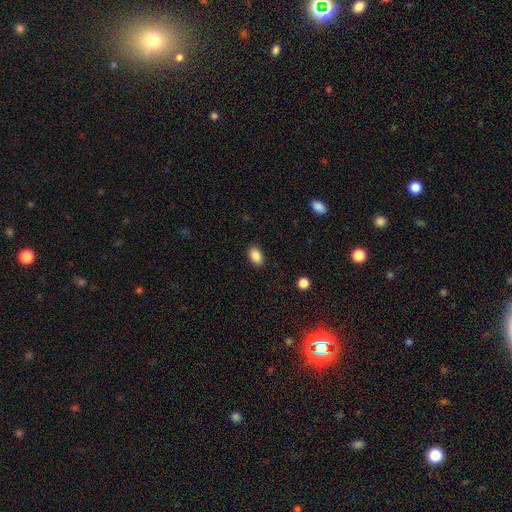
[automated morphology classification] Smooth or featured?
  - smooth: 88% *
  - star or artifact: 8%
  - featured or disk: 4%
How rounded?
  - in between: 84% *
  - round: 15%
  - cigar-shaped: 1%
Merging?
  - none: 89% *
  - minor disturbance: 8%
  - major disturbance: 2%
  - merger: 1%